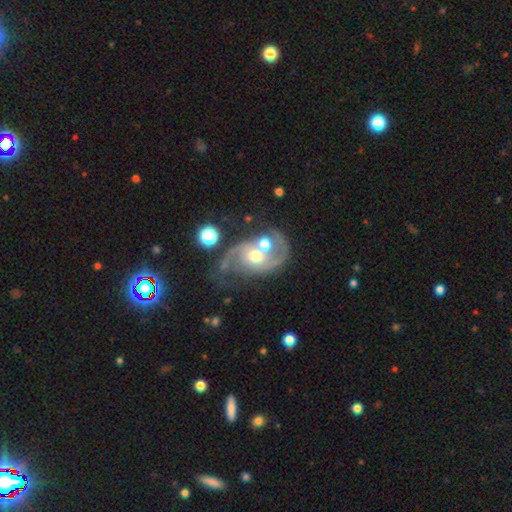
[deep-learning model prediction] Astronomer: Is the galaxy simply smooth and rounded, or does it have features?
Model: featured or disk — 78%.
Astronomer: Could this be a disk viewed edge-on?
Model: no — 97%.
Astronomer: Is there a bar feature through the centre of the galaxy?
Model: no — 67%.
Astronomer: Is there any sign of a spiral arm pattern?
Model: yes — 89%.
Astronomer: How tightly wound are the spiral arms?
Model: medium — 45% (runner-up: loose, 39%).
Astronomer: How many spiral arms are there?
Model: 2 — 78%.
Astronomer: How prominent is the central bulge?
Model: moderate — 69%.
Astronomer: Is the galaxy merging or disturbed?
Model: merger — 34% (runner-up: none, 32%).